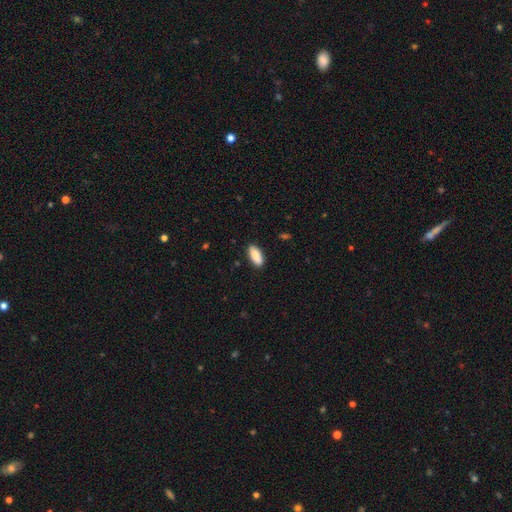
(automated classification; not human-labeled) smooth 89%, star or artifact 6%, featured or disk 5%. Down the decision tree: how rounded — in between (85%); merging — none (88%).